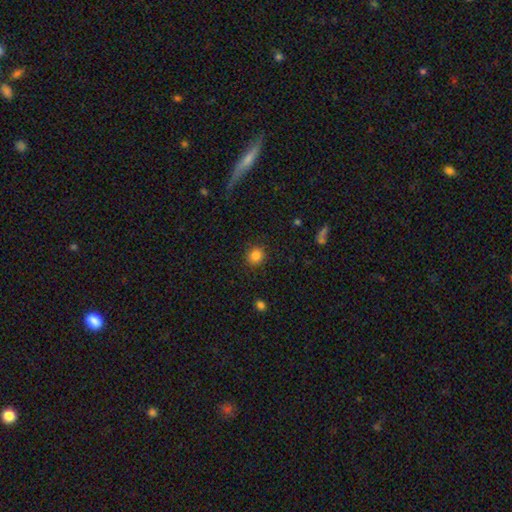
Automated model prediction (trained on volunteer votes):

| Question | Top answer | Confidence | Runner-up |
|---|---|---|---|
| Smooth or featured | smooth | 84% | star or artifact (11%) |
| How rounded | round | 85% | in between (14%) |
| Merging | none | 90% | minor disturbance (7%) |